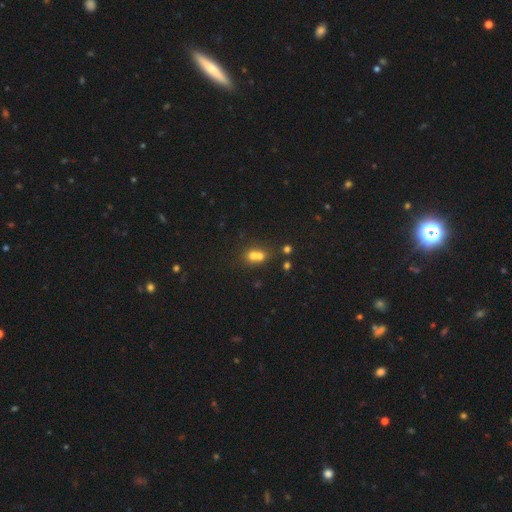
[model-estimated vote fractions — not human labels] This is likely a smooth galaxy (66%). How rounded: likely round (71%). Merging: likely merger (64%).